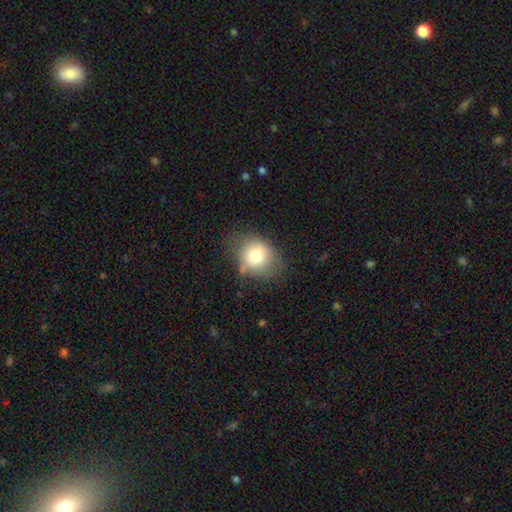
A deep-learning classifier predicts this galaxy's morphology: A smooth galaxy with no disk features (74%) that is round (66%). Merging: none (61%).